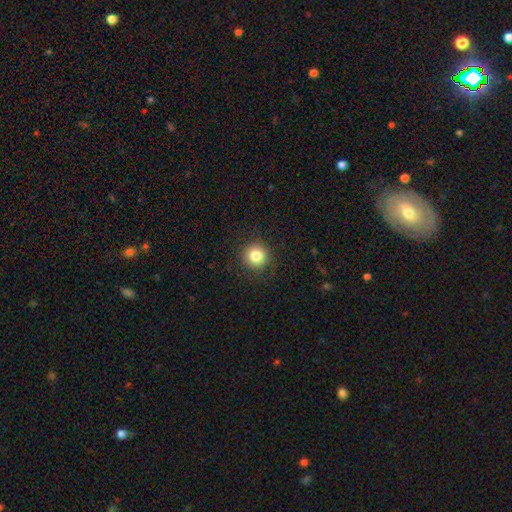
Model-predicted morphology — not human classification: Overall: smooth (83%). How rounded: round (95%). Merging: none (90%).